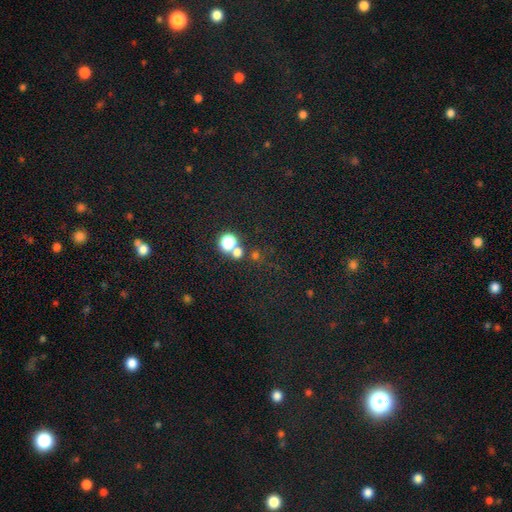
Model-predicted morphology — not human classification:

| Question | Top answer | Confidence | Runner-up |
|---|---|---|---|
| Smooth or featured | smooth | 55% | star or artifact (36%) |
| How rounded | round | 88% | in between (11%) |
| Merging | none | 62% | merger (26%) |